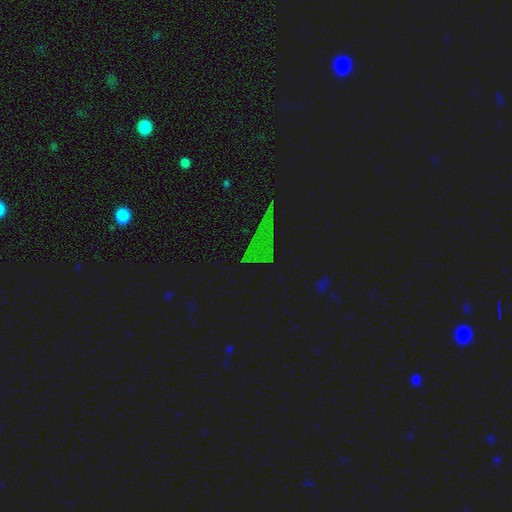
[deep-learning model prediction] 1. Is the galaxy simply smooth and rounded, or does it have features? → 74% star or artifact, 16% smooth, 11% featured or disk.